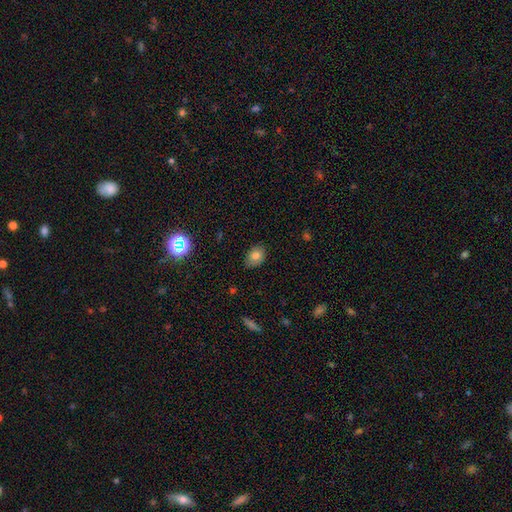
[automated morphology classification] This appears to be a smooth galaxy with no disk features (76%) that is in between round and cigar-shaped (74%). Merging: none (79%).